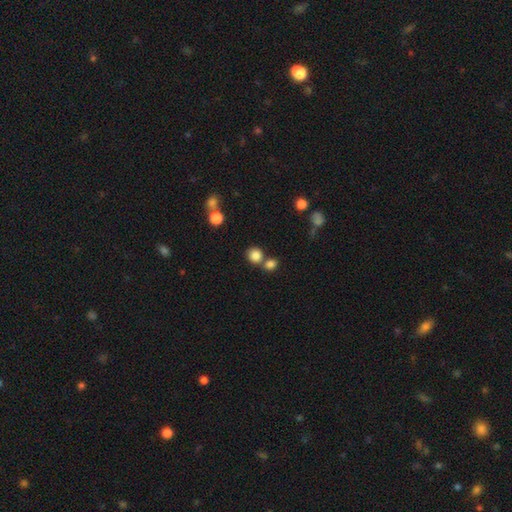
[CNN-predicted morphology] A smooth galaxy with no disk features (83%) that is round (86%).

Vote fractions:
- Smooth or featured? smooth: 83% / star or artifact: 12% / featured or disk: 6%
- How rounded? round: 86% / in between: 13% / cigar-shaped: 1%
- Merging? none: 63% / merger: 26% / minor disturbance: 8% / major disturbance: 3%